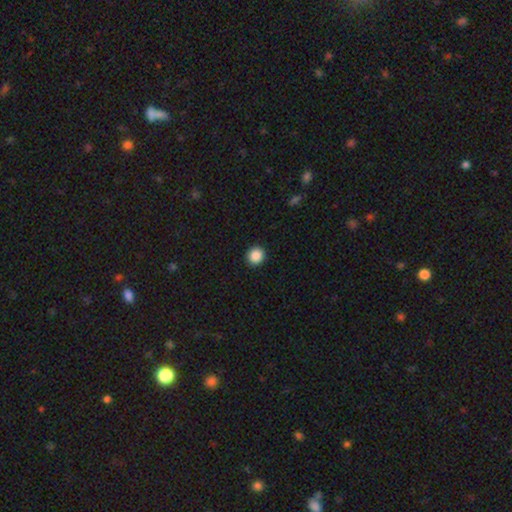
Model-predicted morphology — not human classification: Smooth or featured?
  - smooth: 88% *
  - star or artifact: 9%
  - featured or disk: 3%
How rounded?
  - round: 91% *
  - in between: 8%
  - cigar-shaped: 1%
Merging?
  - none: 93% *
  - minor disturbance: 5%
  - major disturbance: 2%
  - merger: 1%